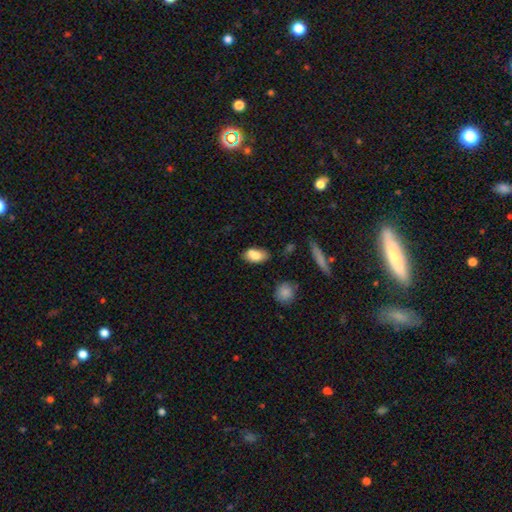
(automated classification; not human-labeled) Morphology: type=smooth (78%); roundness=in between (89%); merging=none (56%).